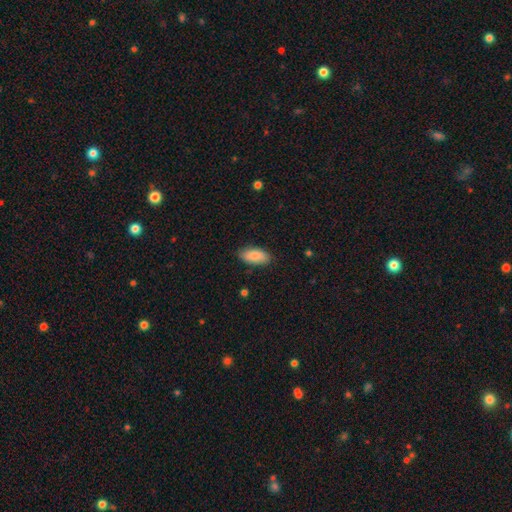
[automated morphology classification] Overall: smooth (87%). How rounded: in between (92%). Merging: none (85%).